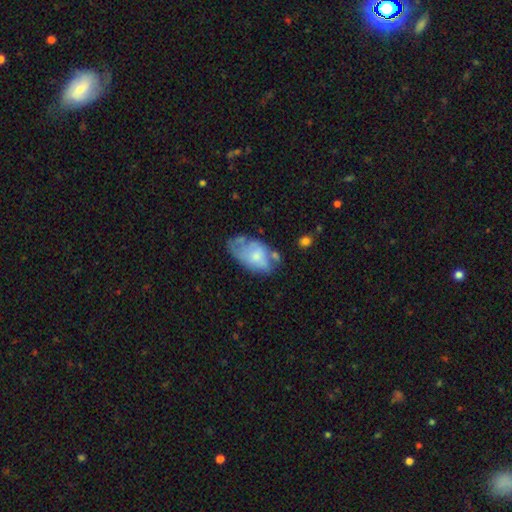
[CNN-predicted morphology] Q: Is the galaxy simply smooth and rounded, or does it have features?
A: smooth — 55%.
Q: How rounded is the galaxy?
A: in between — 91%.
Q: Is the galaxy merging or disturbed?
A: minor disturbance — 35%.